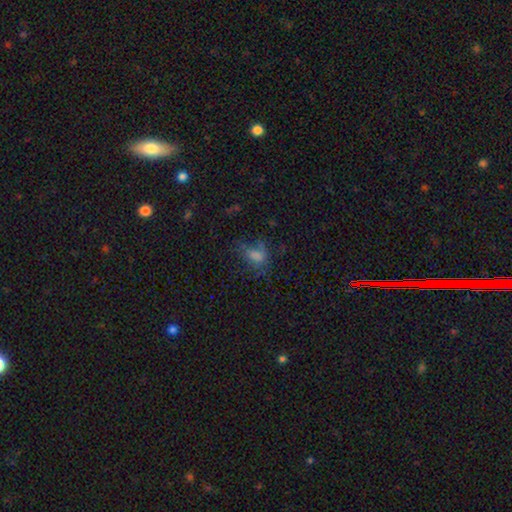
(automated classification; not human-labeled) The model was most divided on "merging": none: 45%, major disturbance: 27%, minor disturbance: 24%, merger: 4%. More confident: how rounded — in between (75%); smooth or featured — smooth (62%).